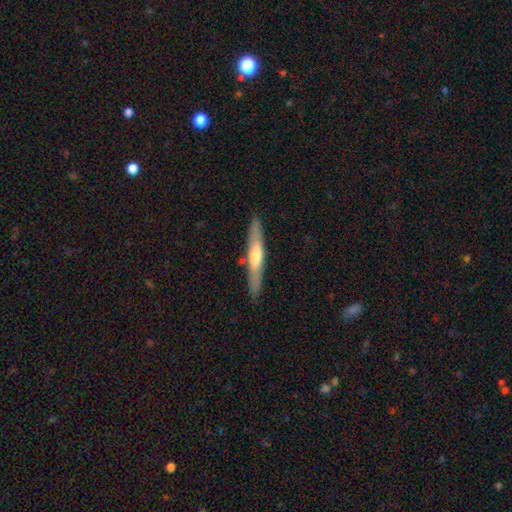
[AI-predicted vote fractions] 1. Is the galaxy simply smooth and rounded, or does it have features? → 52% featured or disk, 42% smooth, 6% star or artifact.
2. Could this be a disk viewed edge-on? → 92% yes, 8% no.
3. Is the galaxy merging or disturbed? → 88% none, 8% minor disturbance, 2% major disturbance, 2% merger.